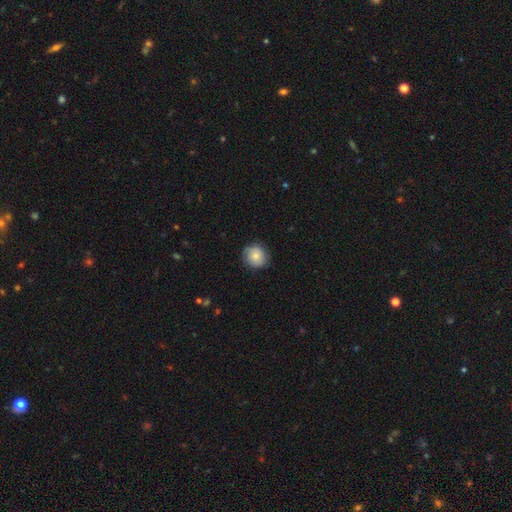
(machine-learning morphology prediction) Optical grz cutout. It shows a smooth galaxy with no disk features (80%) that is round (88%). Merging: none (84%).